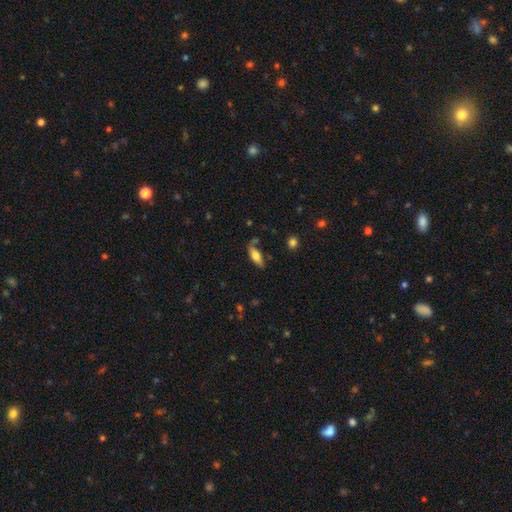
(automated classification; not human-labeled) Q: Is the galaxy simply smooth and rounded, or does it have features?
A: smooth — 63%.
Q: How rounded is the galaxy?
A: in between — 69%.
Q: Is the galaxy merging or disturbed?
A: none — 63%.